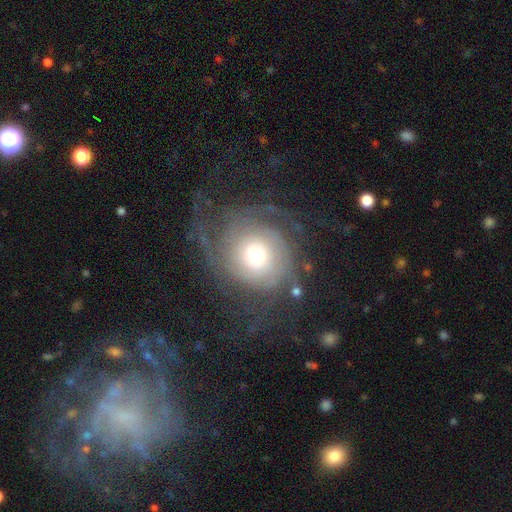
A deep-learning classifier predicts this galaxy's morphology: Smooth or featured? Predicted: featured or disk (p=0.76). Edge-on disk? Predicted: no (p=0.97). Bar? Predicted: no (p=0.82). Spiral arms? Predicted: yes (p=0.91). Spiral winding? Predicted: tight (p=0.54). Spiral arm count? Predicted: 2 (p=0.33). Bulge size? Predicted: moderate (p=0.52). Merging? Predicted: none (p=0.61).